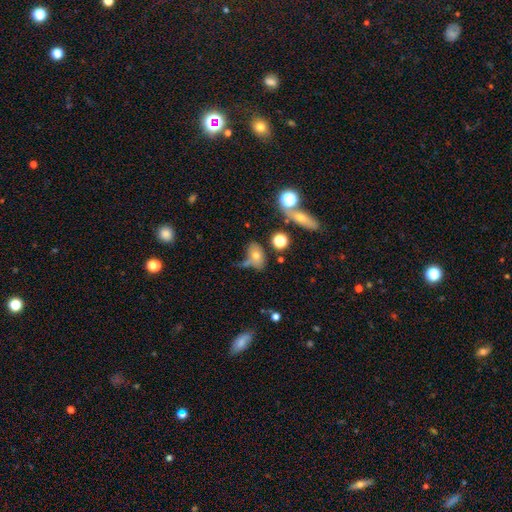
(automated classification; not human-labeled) A smooth galaxy with no disk features (66%) that is in between round and cigar-shaped (79%). Merging: none (43%).